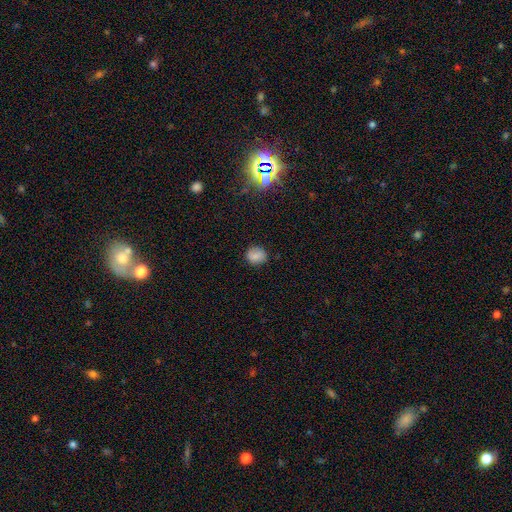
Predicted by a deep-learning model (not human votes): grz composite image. It shows a smooth galaxy with no disk features (78%) that is round (79%). Merging: none (83%).